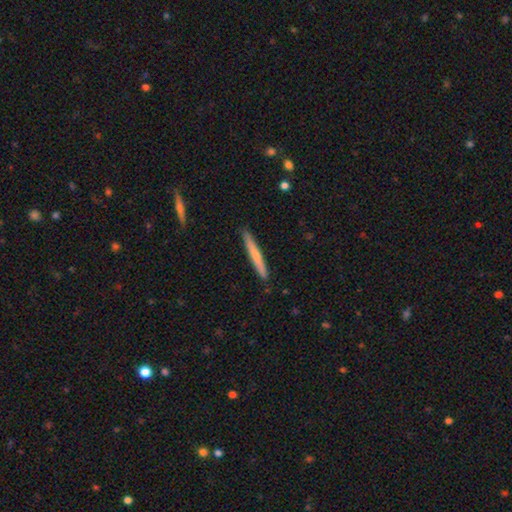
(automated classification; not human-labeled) This appears to be a smooth galaxy with no disk features (56%) that is cigar-shaped (96%). Merging: none (90%).